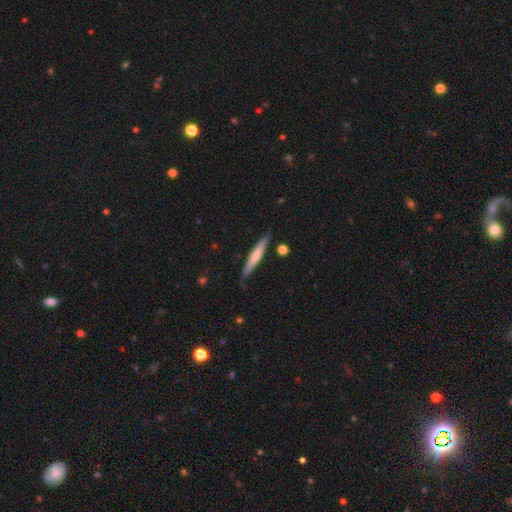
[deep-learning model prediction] This is possibly a smooth galaxy (56%). How rounded: clearly cigar-shaped (93%). Merging: likely none (79%).